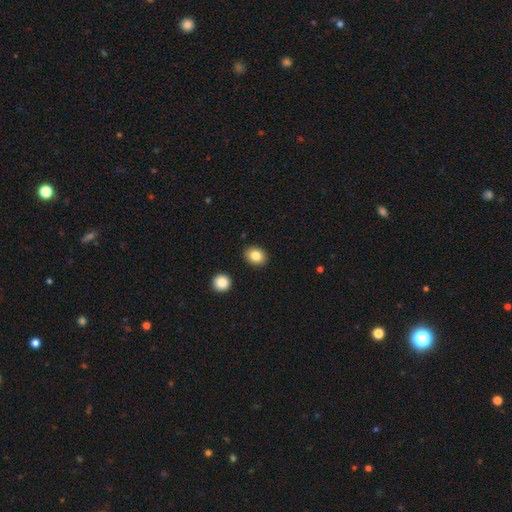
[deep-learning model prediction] Smooth or featured?
  - smooth: 83% *
  - star or artifact: 9%
  - featured or disk: 8%
How rounded?
  - in between: 54% *
  - round: 45%
  - cigar-shaped: 1%
Merging?
  - none: 89% *
  - minor disturbance: 7%
  - merger: 2%
  - major disturbance: 2%